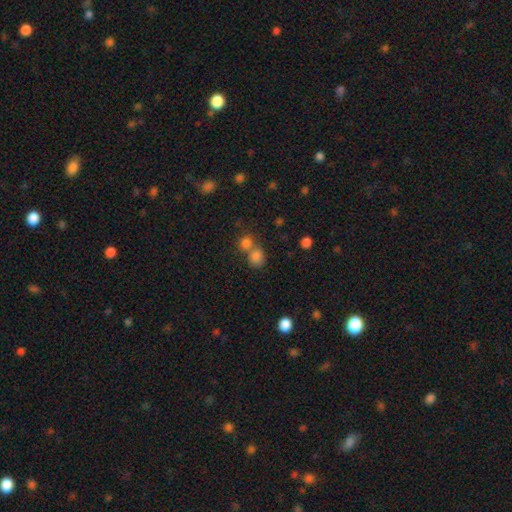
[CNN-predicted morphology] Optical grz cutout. It shows a smooth galaxy with no disk features (79%) that is round (70%). Merging: merger (47%).